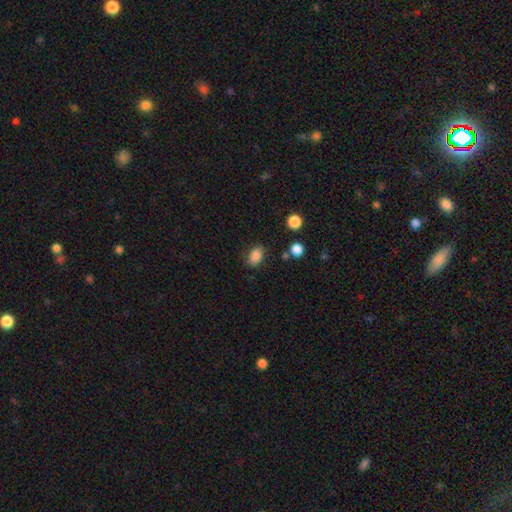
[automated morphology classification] type=smooth (85%); roundness=in between (80%); merging=none (80%).